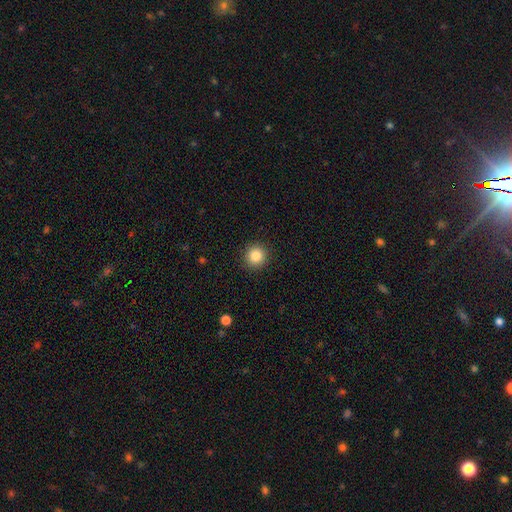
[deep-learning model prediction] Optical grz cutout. It shows a smooth galaxy with no disk features (85%) that is round (93%). Merging: none (92%).